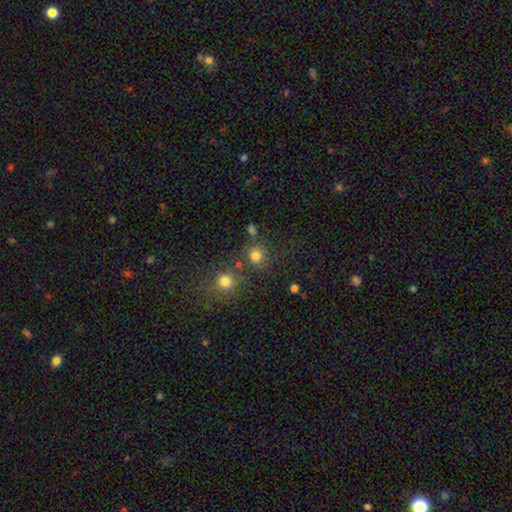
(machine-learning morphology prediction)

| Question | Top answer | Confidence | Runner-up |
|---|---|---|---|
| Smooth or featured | smooth | 78% | star or artifact (15%) |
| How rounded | round | 89% | in between (10%) |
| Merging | none | 70% | merger (16%) |